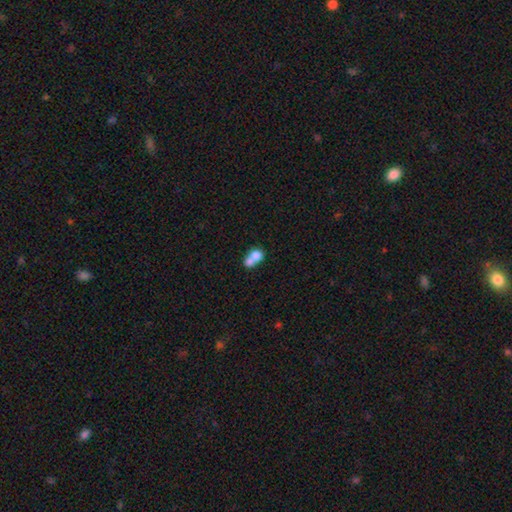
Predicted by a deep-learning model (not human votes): Smooth or featured?
  - smooth: 74% *
  - featured or disk: 17%
  - star or artifact: 9%
How rounded?
  - round: 59% *
  - in between: 39%
  - cigar-shaped: 1%
Merging?
  - merger: 73% *
  - none: 19%
  - minor disturbance: 5%
  - major disturbance: 3%